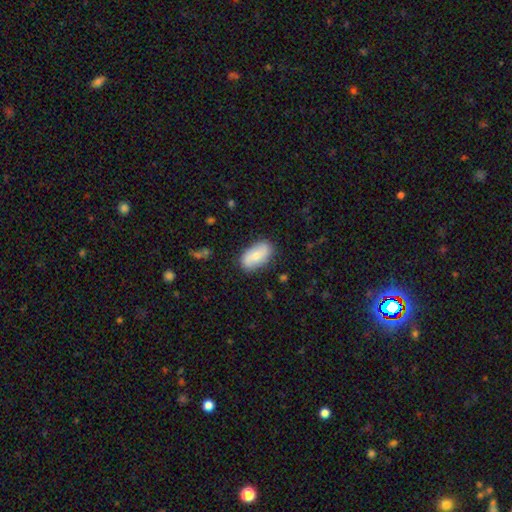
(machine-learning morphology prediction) This is likely a smooth galaxy (66%). How rounded: clearly in between (92%). Merging: clearly none (82%).